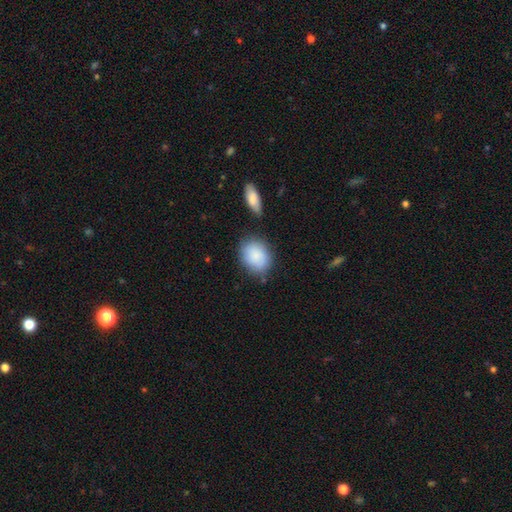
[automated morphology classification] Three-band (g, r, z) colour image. It shows a smooth galaxy with no disk features (86%) that is in between round and cigar-shaped (52%). Merging: none (67%).